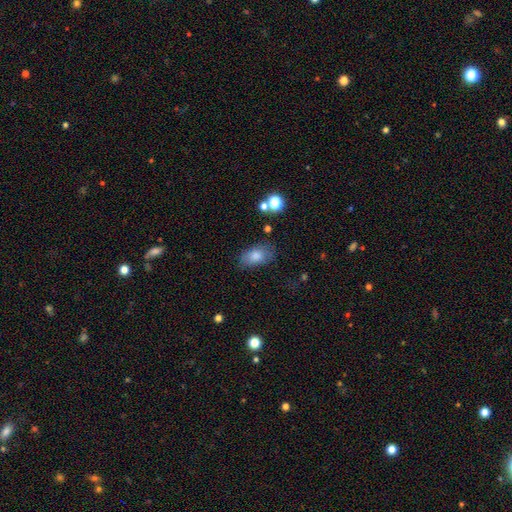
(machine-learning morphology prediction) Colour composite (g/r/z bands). It shows a smooth galaxy with no disk features (80%) that is in between round and cigar-shaped (90%). Merging: none (70%).